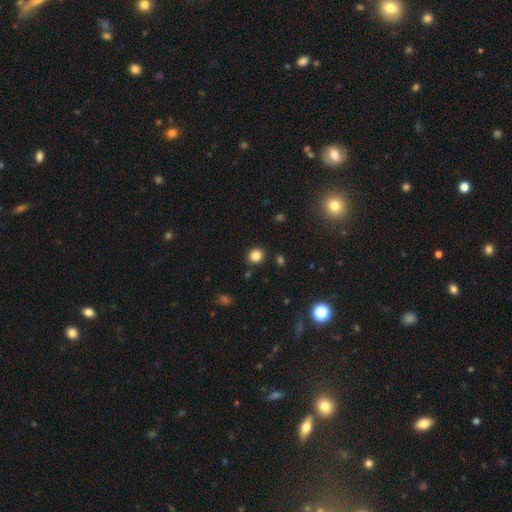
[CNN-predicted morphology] smooth 84%, star or artifact 12%, featured or disk 4%. Down the decision tree: how rounded — round (84%); merging — none (89%).